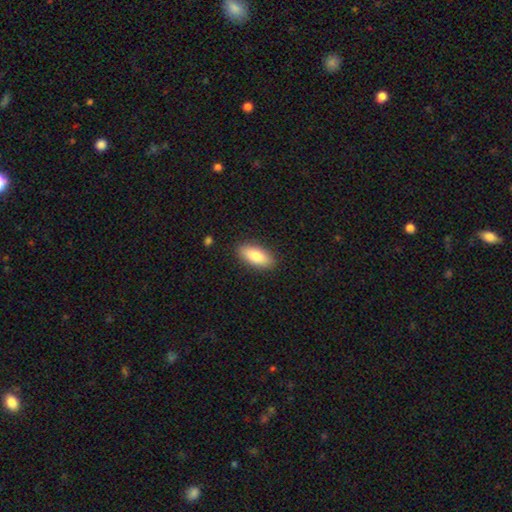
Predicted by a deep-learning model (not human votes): Smooth or featured? smooth (83%)
How rounded? in between (84%)
Merging? none (88%)